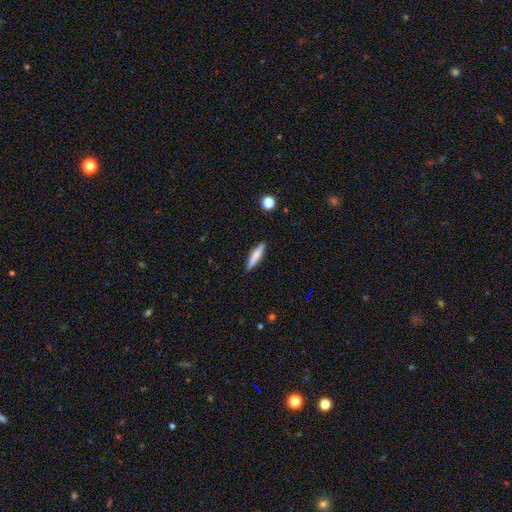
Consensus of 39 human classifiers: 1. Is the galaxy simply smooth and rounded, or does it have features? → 79% smooth, 15% featured or disk, 5% star or artifact.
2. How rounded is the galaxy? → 87% cigar-shaped, 13% in between, 0% round.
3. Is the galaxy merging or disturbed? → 95% none, 5% minor disturbance, 0% major disturbance, 0% merger.